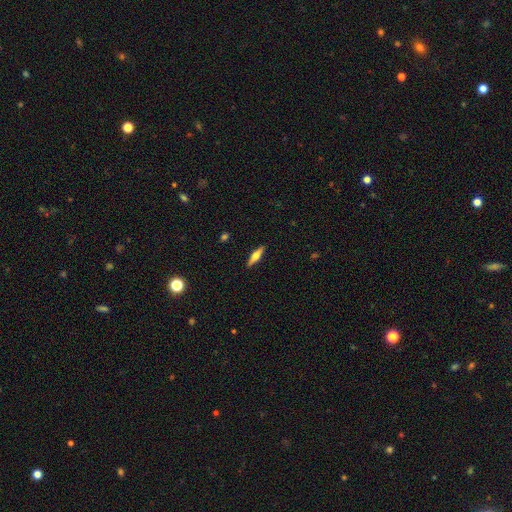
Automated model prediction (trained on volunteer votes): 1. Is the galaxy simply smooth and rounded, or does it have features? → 49% featured or disk, 45% smooth, 6% star or artifact.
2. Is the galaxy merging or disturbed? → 90% none, 7% minor disturbance, 2% major disturbance, 1% merger.